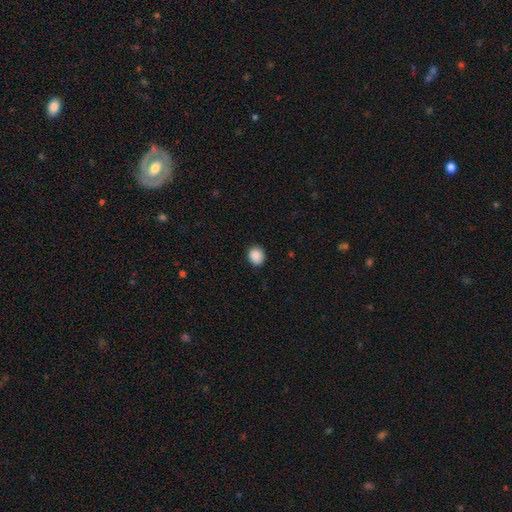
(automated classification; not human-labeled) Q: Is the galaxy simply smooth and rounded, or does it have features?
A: smooth — 89%.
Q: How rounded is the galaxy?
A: round — 72%.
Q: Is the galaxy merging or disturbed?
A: none — 89%.